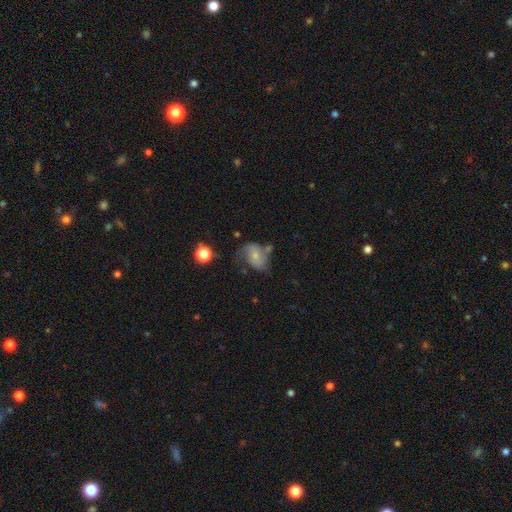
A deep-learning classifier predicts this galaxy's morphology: Smooth or featured: smooth — 56% (featured or disk — 33%)
How rounded: in between — 71% (round — 28%)
Merging: none — 38% (minor disturbance — 31%)